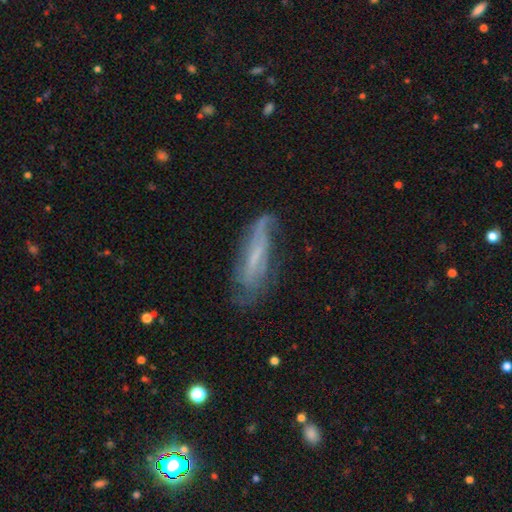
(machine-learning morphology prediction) Smooth or featured? Predicted: featured or disk (p=0.59). Edge-on disk? Predicted: no (p=0.66). Merging? Predicted: none (p=0.58).